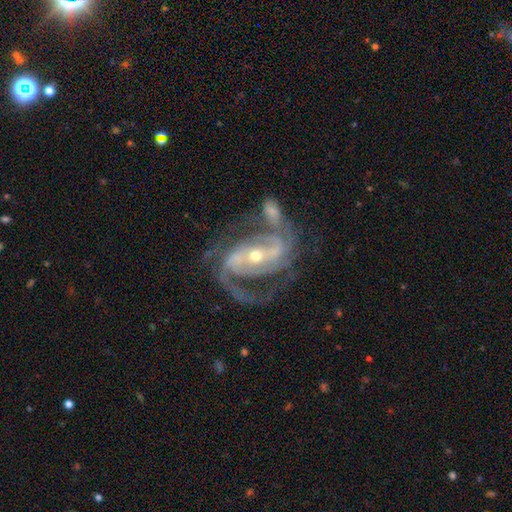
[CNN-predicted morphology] Smooth or featured? featured or disk (92%)
Edge-on disk? no (97%)
Bar? strong (57%)
Spiral arms? yes (98%)
Spiral winding? medium (53%)
Spiral arm count? 2 (73%)
Bulge size? small (52%)
Merging? none (51%)